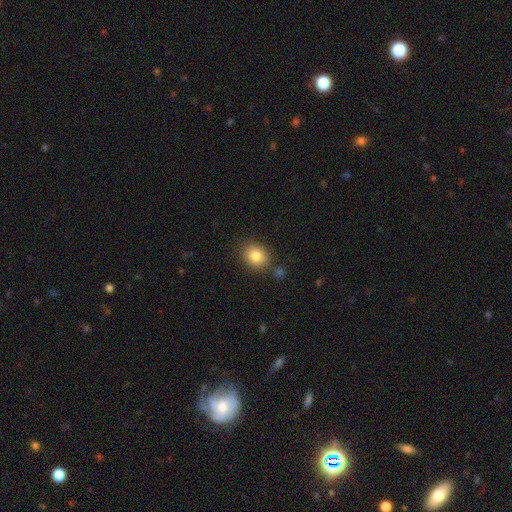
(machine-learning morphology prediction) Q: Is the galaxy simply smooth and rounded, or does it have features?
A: smooth — 83%.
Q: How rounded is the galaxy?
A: round — 56%.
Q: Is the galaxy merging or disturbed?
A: none — 80%.